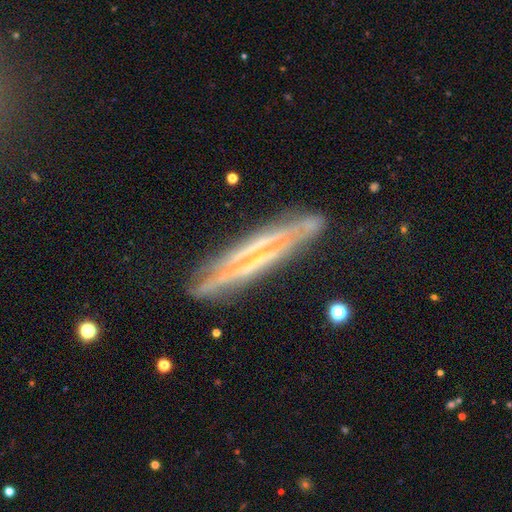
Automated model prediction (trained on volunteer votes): smooth_or_featured: featured or disk (p=0.75) [alt: smooth p=0.18]
disk_edge_on: yes (p=0.79) [alt: no p=0.21]
edge_on_bulge: none (p=0.72) [alt: rounded p=0.18]
merging: none (p=0.78) [alt: minor disturbance p=0.16]